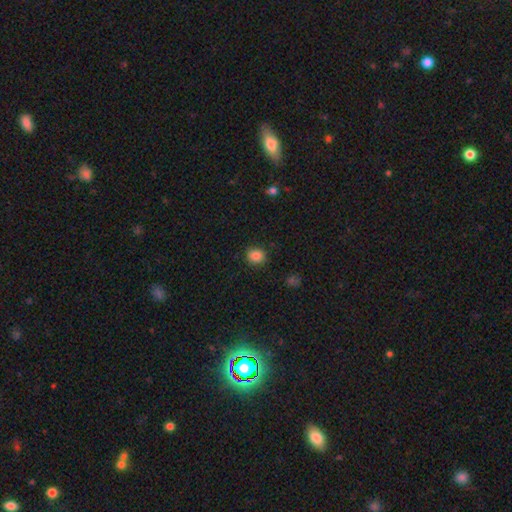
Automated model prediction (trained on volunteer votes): A smooth galaxy with no disk features (85%) that is round (71%).

Vote fractions:
- Smooth or featured? smooth: 85% / star or artifact: 10% / featured or disk: 4%
- How rounded? round: 71% / in between: 28% / cigar-shaped: 1%
- Merging? none: 87% / minor disturbance: 10% / major disturbance: 2% / merger: 1%